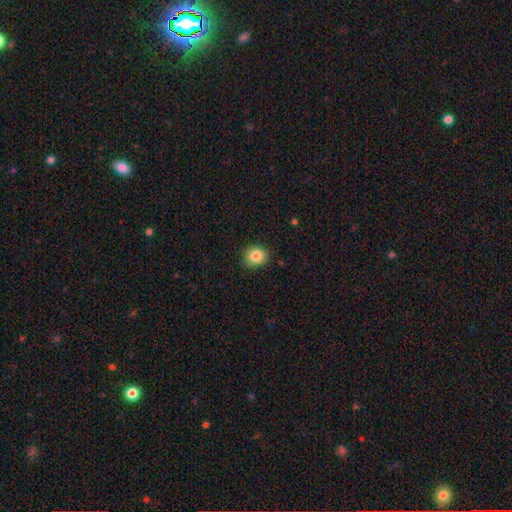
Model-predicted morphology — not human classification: This is clearly a smooth galaxy (84%). How rounded: likely round (72%). Merging: clearly none (84%).